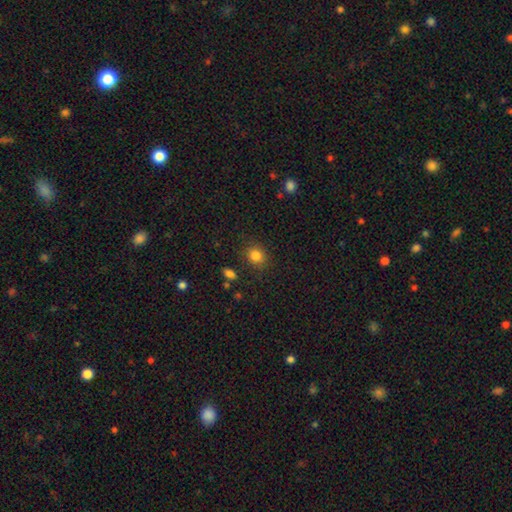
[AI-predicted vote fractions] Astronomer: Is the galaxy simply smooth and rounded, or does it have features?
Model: smooth — 84%.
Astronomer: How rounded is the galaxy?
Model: round — 74%.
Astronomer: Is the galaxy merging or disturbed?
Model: none — 84%.